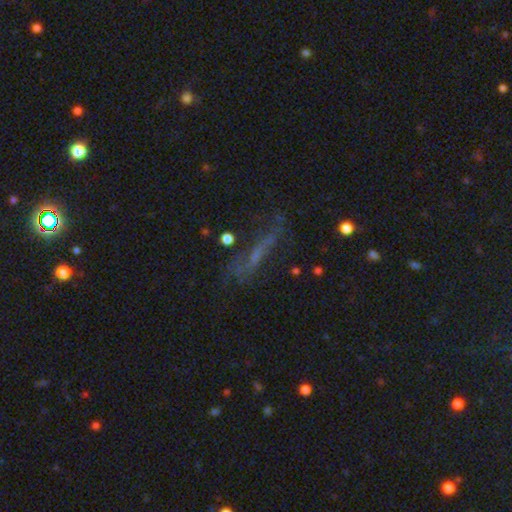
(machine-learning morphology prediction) A featured or disk galaxy (46%).

Vote fractions:
- Smooth or featured? featured or disk: 46% / smooth: 33% / star or artifact: 20%
- Merging? none: 51% / major disturbance: 22% / minor disturbance: 22% / merger: 5%